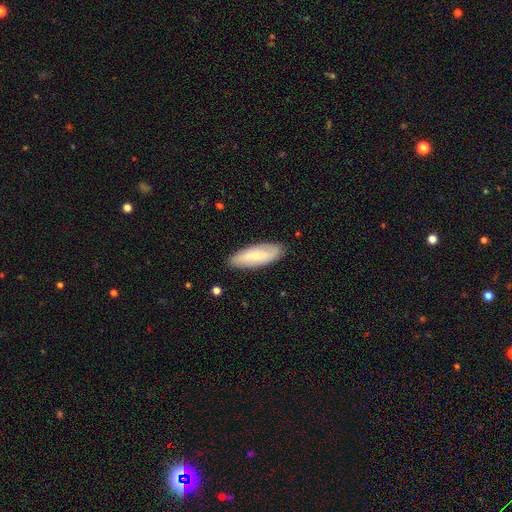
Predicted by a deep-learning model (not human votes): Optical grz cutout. It shows a smooth galaxy with no disk features (52%) that is in between round and cigar-shaped (66%). Merging: none (87%).